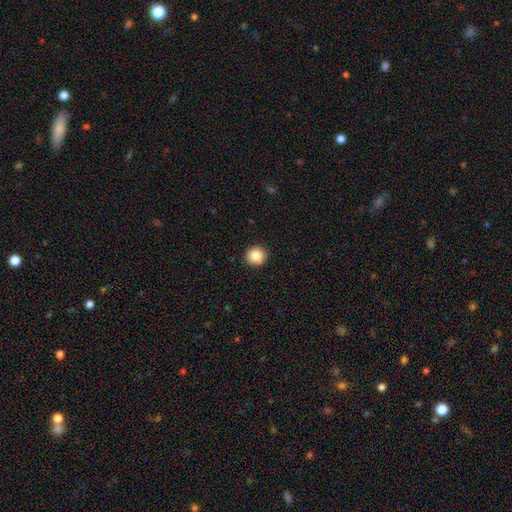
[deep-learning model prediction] Smooth or featured?
  - smooth: 85% *
  - star or artifact: 9%
  - featured or disk: 6%
How rounded?
  - round: 93% *
  - in between: 6%
  - cigar-shaped: 1%
Merging?
  - none: 92% *
  - minor disturbance: 5%
  - major disturbance: 2%
  - merger: 1%